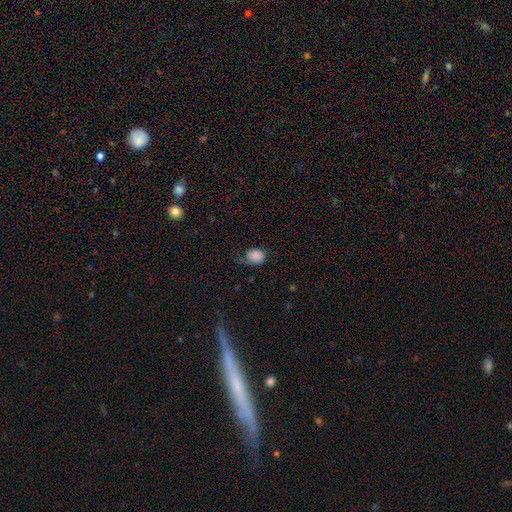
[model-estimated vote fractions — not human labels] A smooth galaxy with no disk features (81%) that is in between round and cigar-shaped (50%). Merging: none (40%).